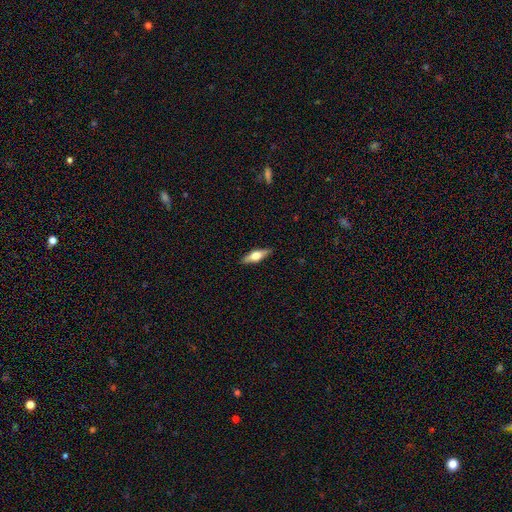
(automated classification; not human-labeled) A featured or disk galaxy (50%) viewed edge-on (93%).

Vote fractions:
- Smooth or featured? featured or disk: 50% / smooth: 44% / star or artifact: 6%
- Edge-on disk? yes: 93% / no: 7%
- Merging? none: 89% / minor disturbance: 8% / major disturbance: 2% / merger: 1%